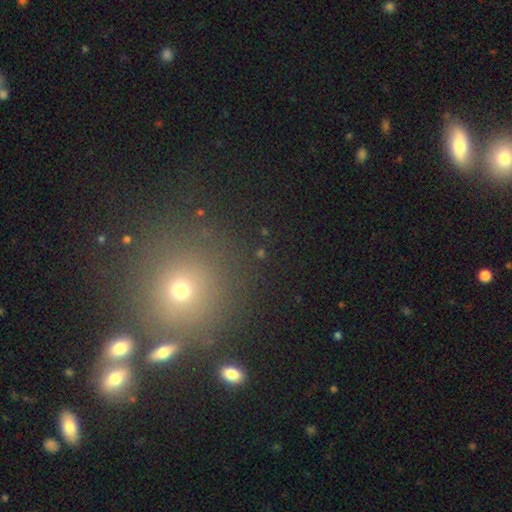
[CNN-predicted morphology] This is possibly a smooth galaxy (50%). Merging: clearly none (82%).